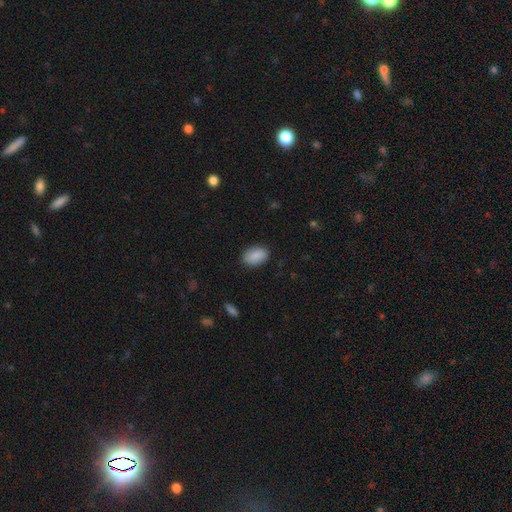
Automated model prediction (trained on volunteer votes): Smooth or featured?
  - smooth: 88% *
  - star or artifact: 7%
  - featured or disk: 5%
How rounded?
  - in between: 90% *
  - round: 9%
  - cigar-shaped: 1%
Merging?
  - none: 86% *
  - minor disturbance: 11%
  - major disturbance: 3%
  - merger: 1%